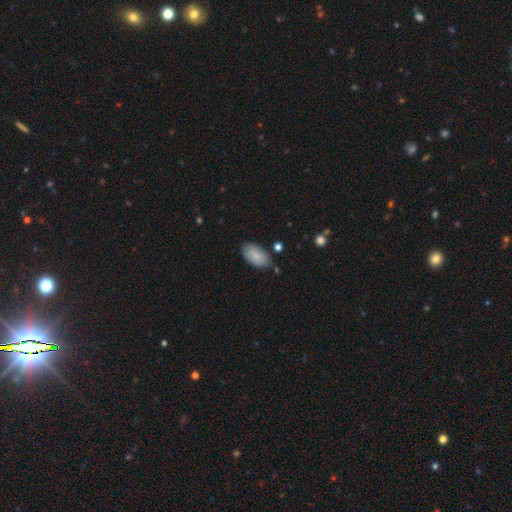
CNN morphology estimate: smooth-or-featured: smooth: 84% | featured or disk: 10% | star or artifact: 6%
  how-rounded: in between: 95% | round: 3% | cigar-shaped: 2%
  merging: none: 77% | minor disturbance: 17% | major disturbance: 3% | merger: 3%